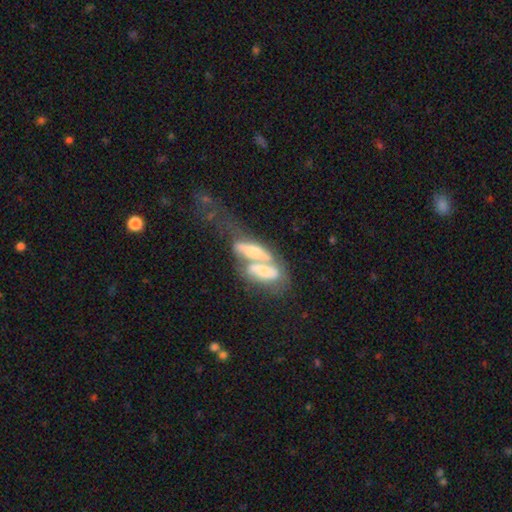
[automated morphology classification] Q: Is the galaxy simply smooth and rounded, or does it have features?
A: featured or disk — 51%.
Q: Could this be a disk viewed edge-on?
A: no — 77%.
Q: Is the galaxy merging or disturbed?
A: merger — 66%.